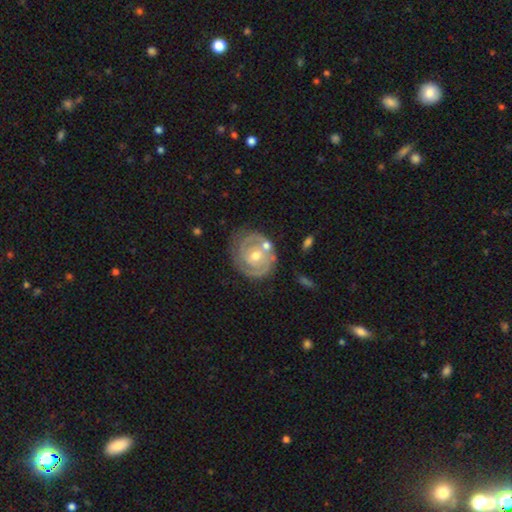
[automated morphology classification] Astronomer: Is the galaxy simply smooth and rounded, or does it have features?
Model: featured or disk — 84%.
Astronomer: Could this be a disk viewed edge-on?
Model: no — 97%.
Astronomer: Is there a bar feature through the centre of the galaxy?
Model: no — 65%.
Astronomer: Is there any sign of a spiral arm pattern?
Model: yes — 93%.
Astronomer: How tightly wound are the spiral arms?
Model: tight — 74%.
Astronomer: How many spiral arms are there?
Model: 2 — 64%.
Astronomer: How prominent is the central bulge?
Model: moderate — 64%.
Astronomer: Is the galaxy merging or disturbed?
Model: none — 71%.